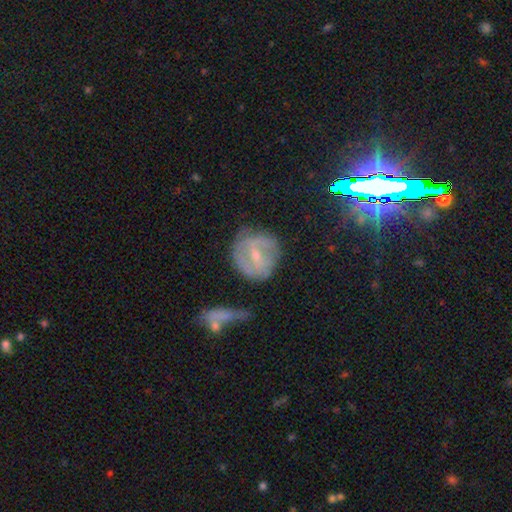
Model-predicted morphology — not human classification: type=featured or disk (63%); edge-on=no (94%); bar=weak (47%); spiral arms=yes (71%); bulge=small (61%); merging=none (64%).